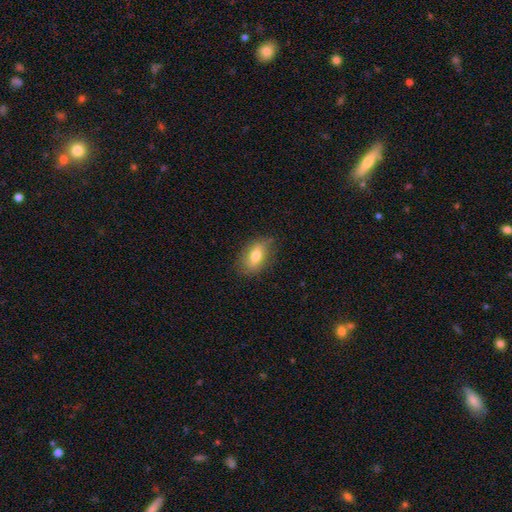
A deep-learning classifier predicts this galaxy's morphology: Smooth or featured?
  - smooth: 75% *
  - featured or disk: 17%
  - star or artifact: 8%
How rounded?
  - in between: 84% *
  - round: 12%
  - cigar-shaped: 4%
Merging?
  - none: 75% *
  - minor disturbance: 19%
  - major disturbance: 4%
  - merger: 1%